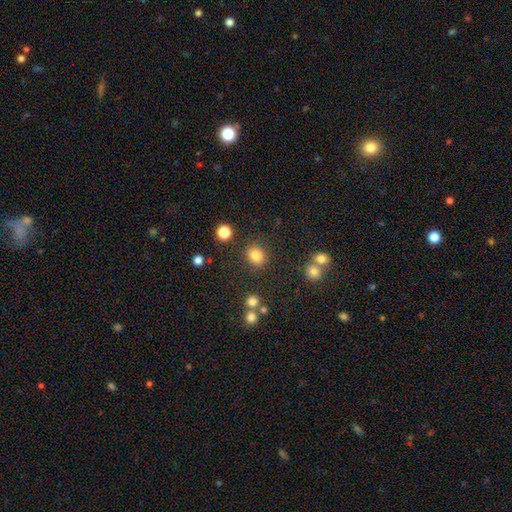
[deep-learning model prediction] A smooth galaxy with no disk features (82%) that is round (79%).

Vote fractions:
- Smooth or featured? smooth: 82% / star or artifact: 13% / featured or disk: 5%
- How rounded? round: 79% / in between: 20% / cigar-shaped: 1%
- Merging? none: 84% / minor disturbance: 9% / merger: 4% / major disturbance: 3%